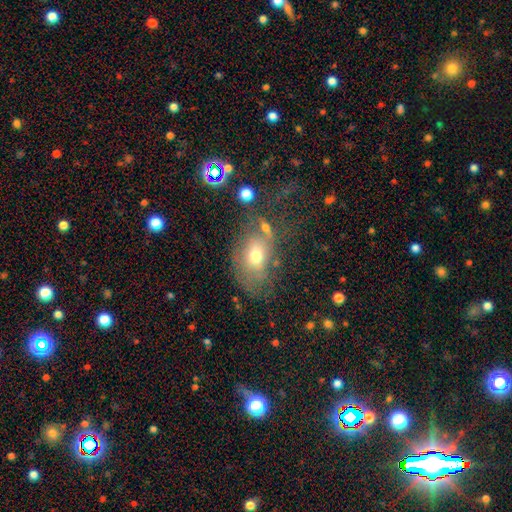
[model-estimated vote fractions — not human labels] smooth_or_featured: smooth (p=0.55) [alt: featured or disk p=0.32]
how_rounded: in between (p=0.79) [alt: round p=0.19]
merging: none (p=0.42) [alt: major disturbance p=0.22]